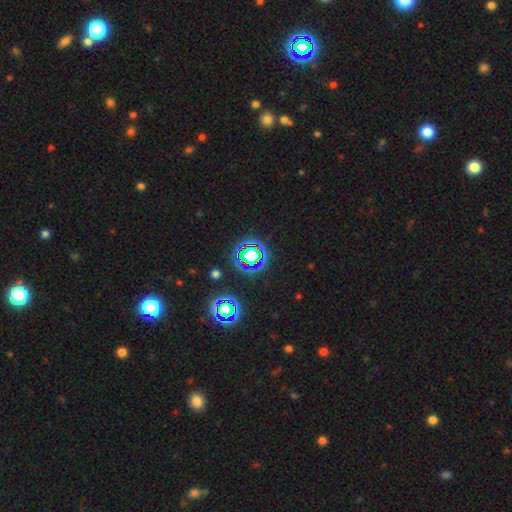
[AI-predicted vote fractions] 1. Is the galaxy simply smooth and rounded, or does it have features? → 78% star or artifact, 14% smooth, 8% featured or disk.